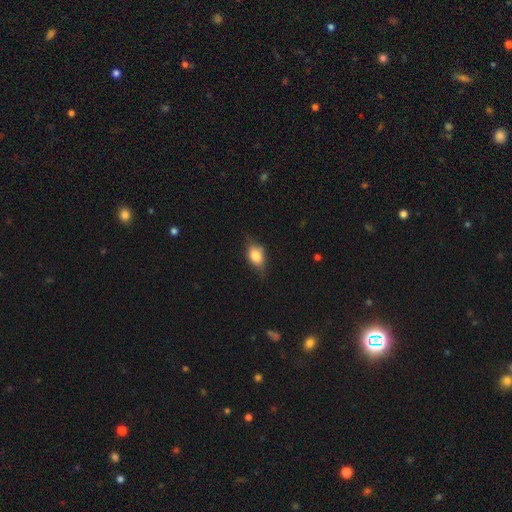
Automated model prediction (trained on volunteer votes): smooth_or_featured: smooth (p=0.72) [alt: featured or disk p=0.20]
how_rounded: in between (p=0.75) [alt: round p=0.21]
merging: none (p=0.66) [alt: minor disturbance p=0.27]